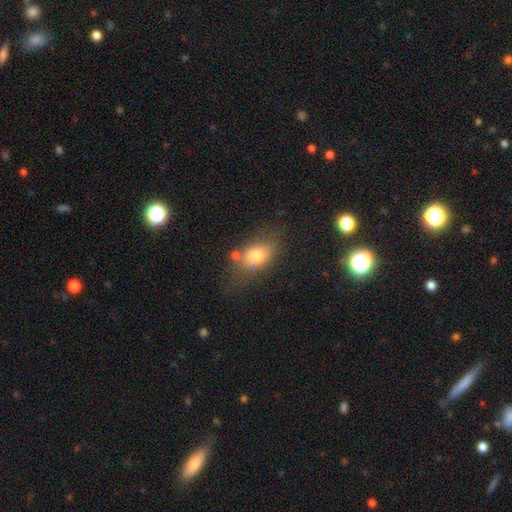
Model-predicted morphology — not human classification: This appears to be a smooth galaxy with no disk features (74%) that is in between round and cigar-shaped (77%). Merging: none (61%).